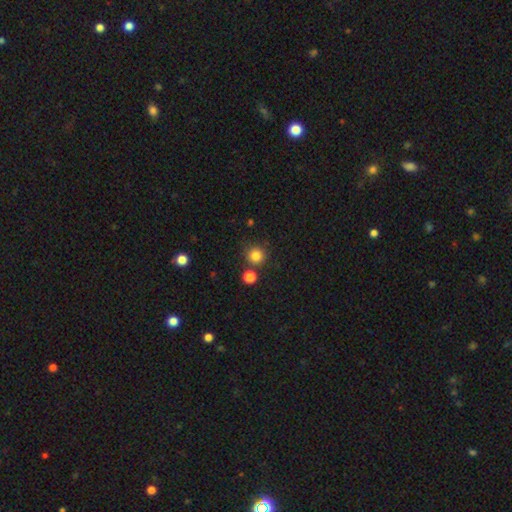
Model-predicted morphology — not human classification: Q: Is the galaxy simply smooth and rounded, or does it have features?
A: smooth — 83%.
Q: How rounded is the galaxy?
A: round — 94%.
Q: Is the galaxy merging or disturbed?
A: none — 81%.